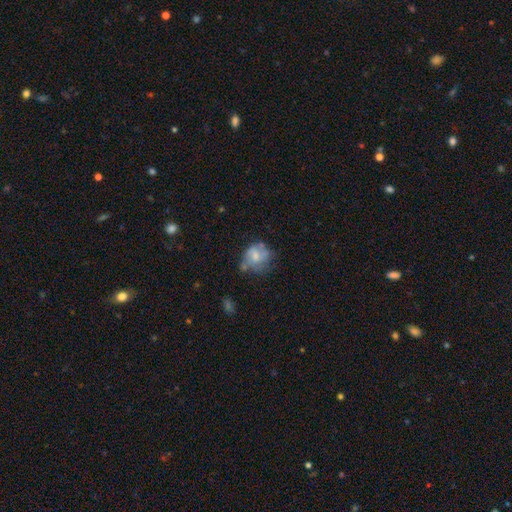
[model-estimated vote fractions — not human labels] A smooth galaxy with no disk features (47%). Merging: none (39%).